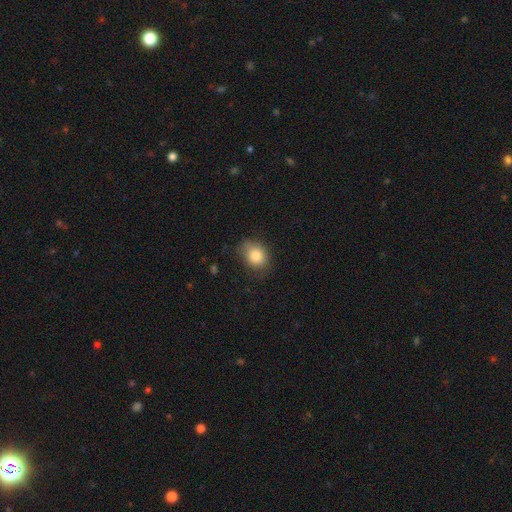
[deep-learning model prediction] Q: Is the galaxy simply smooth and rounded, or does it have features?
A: smooth — 83%.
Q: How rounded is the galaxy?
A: in between — 51%.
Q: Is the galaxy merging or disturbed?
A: none — 69%.